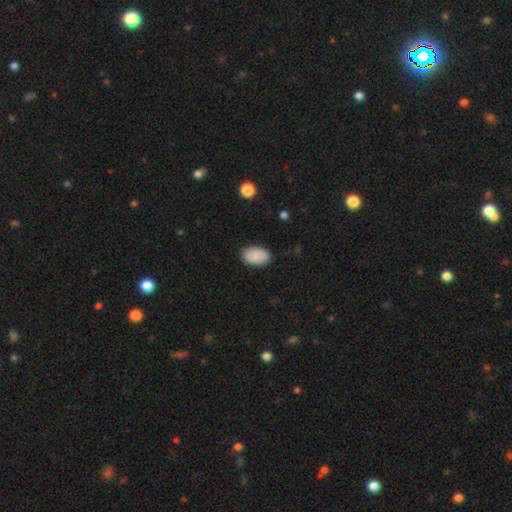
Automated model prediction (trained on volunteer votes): Smooth or featured?
  - smooth: 90% *
  - star or artifact: 6%
  - featured or disk: 3%
How rounded?
  - in between: 93% *
  - round: 6%
  - cigar-shaped: 1%
Merging?
  - none: 88% *
  - minor disturbance: 9%
  - major disturbance: 2%
  - merger: 1%